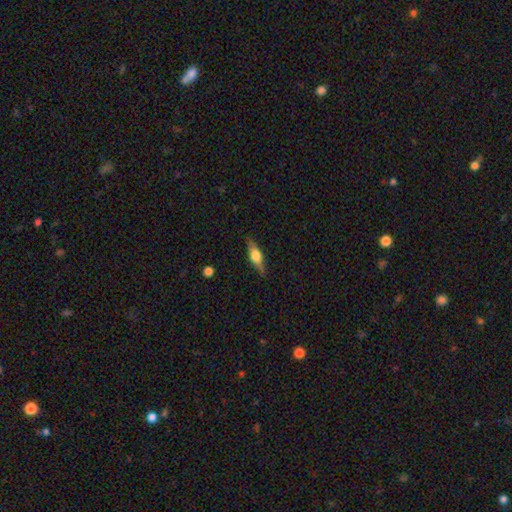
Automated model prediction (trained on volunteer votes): Overall: featured or disk (58%; smooth 35%). Edge-on disk: yes (94%). Edge-on bulge: rounded (88%). Merging: none (84%).